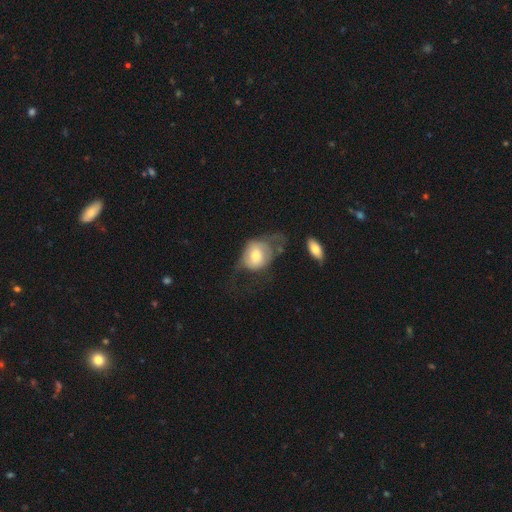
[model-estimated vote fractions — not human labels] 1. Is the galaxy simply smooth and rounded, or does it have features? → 57% smooth, 37% featured or disk, 7% star or artifact.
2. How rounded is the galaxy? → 55% round, 44% in between, 1% cigar-shaped.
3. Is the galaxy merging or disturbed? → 50% major disturbance, 24% none, 20% minor disturbance, 6% merger.